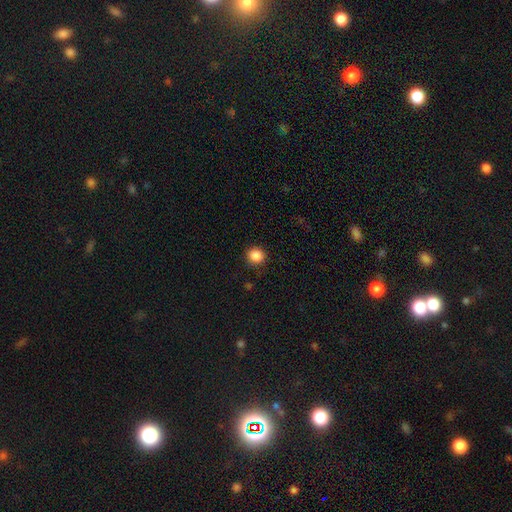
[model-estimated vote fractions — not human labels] This is clearly a smooth galaxy (87%). How rounded: clearly round (89%). Merging: clearly none (89%).